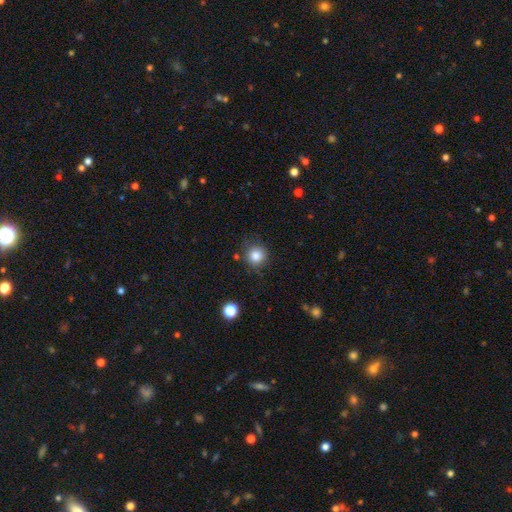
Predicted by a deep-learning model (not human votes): Smooth or featured? Predicted: smooth (p=0.84). How rounded? Predicted: round (p=0.91). Merging? Predicted: none (p=0.80).